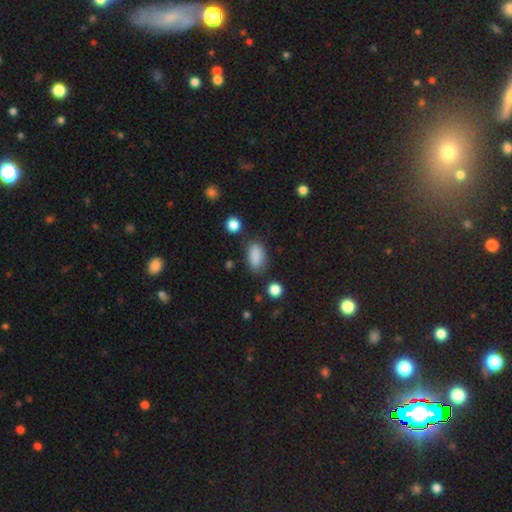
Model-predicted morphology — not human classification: smooth-or-featured: smooth: 87% | star or artifact: 9% | featured or disk: 5%
  how-rounded: in between: 89% | round: 7% | cigar-shaped: 5%
  merging: none: 76% | minor disturbance: 16% | major disturbance: 5% | merger: 4%